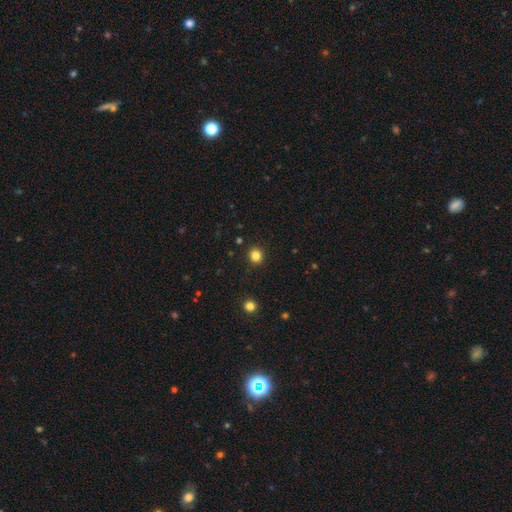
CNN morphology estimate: Q: Smooth or featured?
A: smooth (82%); runner-up: star or artifact (13%)
Q: How rounded?
A: round (87%); runner-up: in between (12%)
Q: Merging?
A: none (91%); runner-up: minor disturbance (6%)